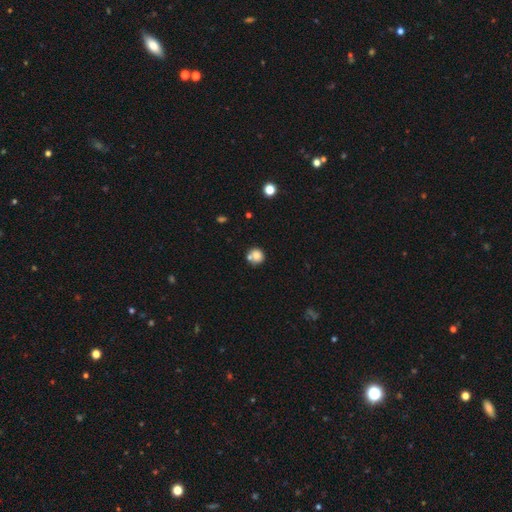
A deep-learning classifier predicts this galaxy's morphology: smooth 79%, featured or disk 11%, star or artifact 10%. Down the decision tree: how rounded — round (88%); merging — none (57%).